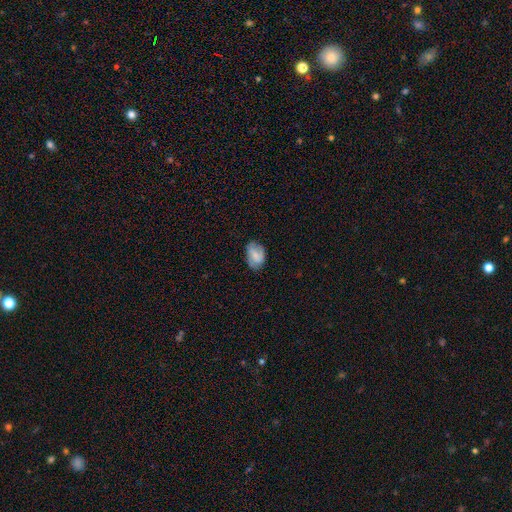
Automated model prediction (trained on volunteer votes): Overall: smooth (59%; featured or disk 32%). How rounded: in between (83%). Merging: none (70%).